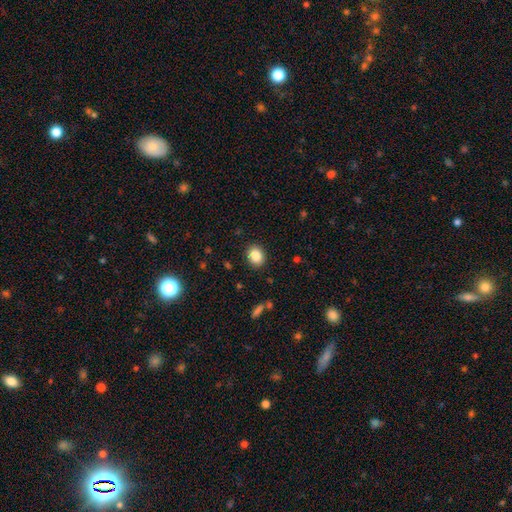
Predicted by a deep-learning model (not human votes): smooth_or_featured: smooth (p=0.85) [alt: star or artifact p=0.09]
how_rounded: round (p=0.54) [alt: in between p=0.45]
merging: none (p=0.89) [alt: minor disturbance p=0.08]